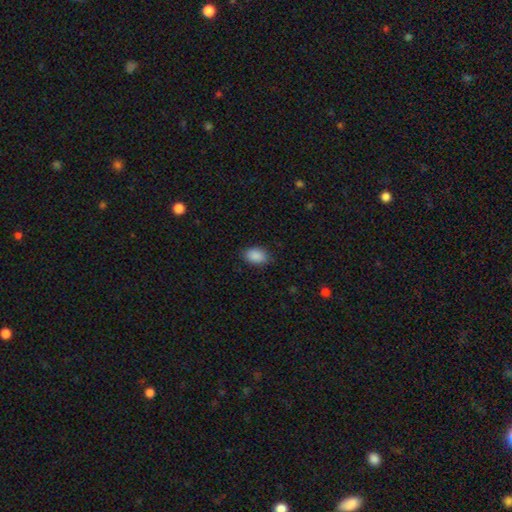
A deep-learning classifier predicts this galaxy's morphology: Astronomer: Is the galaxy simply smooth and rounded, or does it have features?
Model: smooth — 90%.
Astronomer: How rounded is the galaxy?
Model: in between — 88%.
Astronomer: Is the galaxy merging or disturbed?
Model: none — 85%.